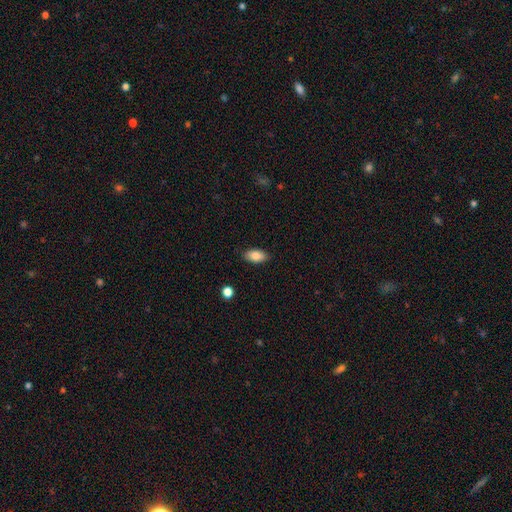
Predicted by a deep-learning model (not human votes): smooth 85%, star or artifact 8%, featured or disk 7%. Down the decision tree: how rounded — in between (92%); merging — none (88%).